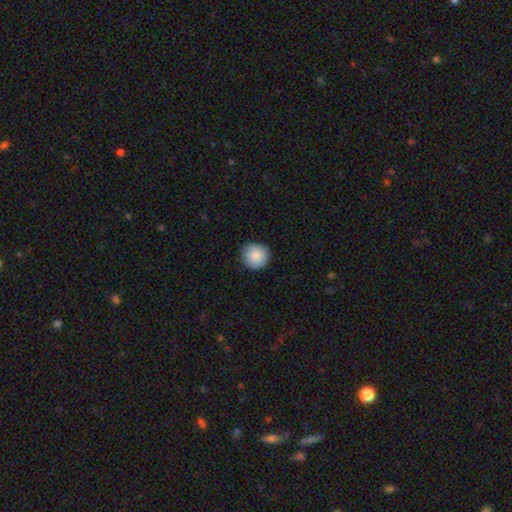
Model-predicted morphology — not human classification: Q: Smooth or featured?
A: smooth (88%); runner-up: star or artifact (7%)
Q: How rounded?
A: round (93%); runner-up: in between (6%)
Q: Merging?
A: none (84%); runner-up: minor disturbance (13%)